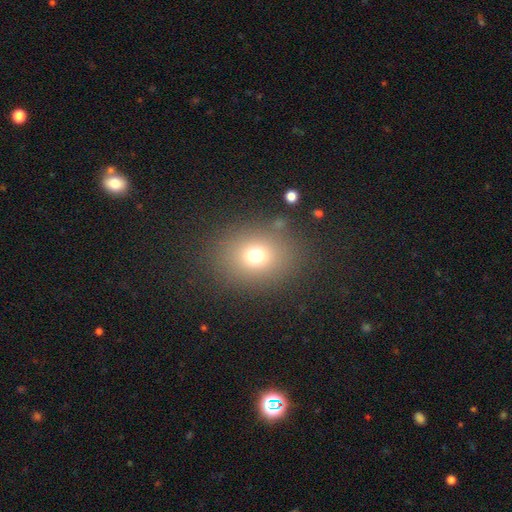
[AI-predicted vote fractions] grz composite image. It shows a smooth galaxy with no disk features (71%) that is round (64%). Merging: none (82%).